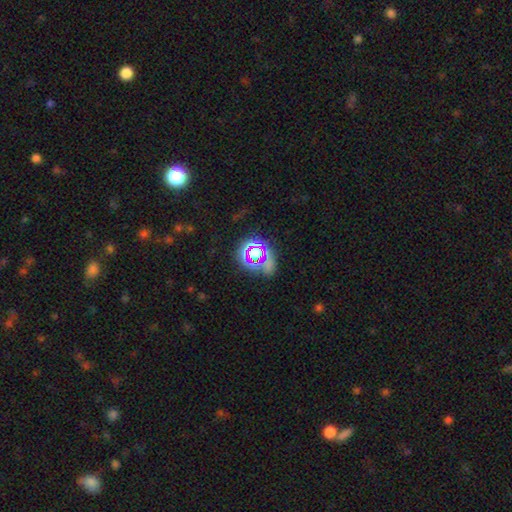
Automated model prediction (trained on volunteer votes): A star or artifact, not a galaxy (61%).

Vote fractions:
- Smooth or featured? star or artifact: 61% / smooth: 25% / featured or disk: 13%